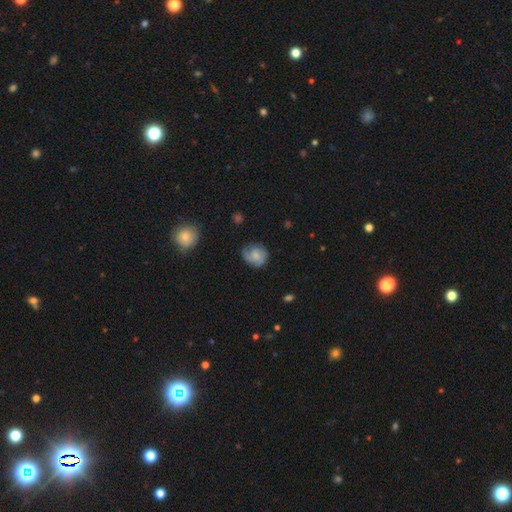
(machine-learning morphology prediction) type=smooth (57%); roundness=round (74%); merging=none (64%).